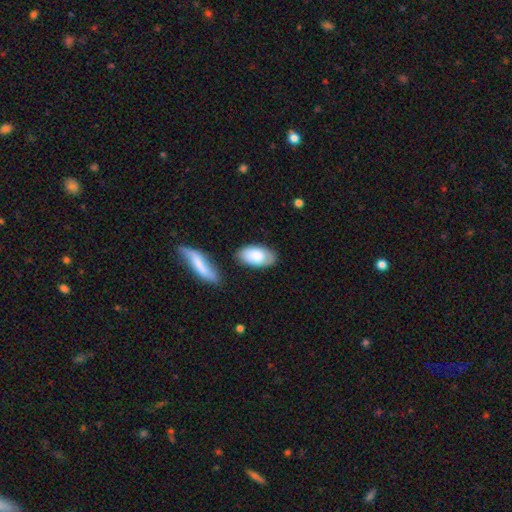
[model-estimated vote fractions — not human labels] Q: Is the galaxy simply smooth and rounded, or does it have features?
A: smooth — 82%.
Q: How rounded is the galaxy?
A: in between — 94%.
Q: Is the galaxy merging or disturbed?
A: none — 73%.